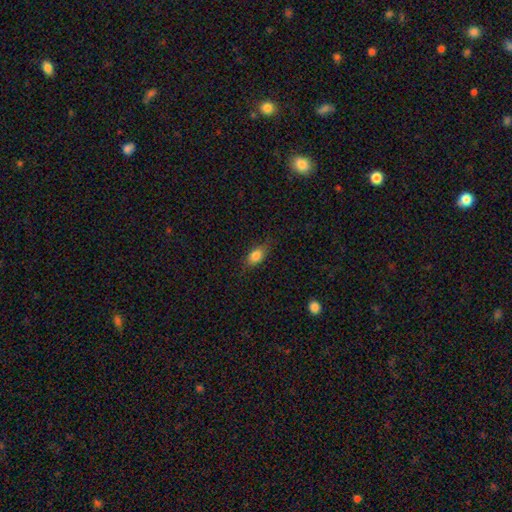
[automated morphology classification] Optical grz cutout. It shows a smooth galaxy with no disk features (82%) that is in between round and cigar-shaped (81%). Merging: none (76%).